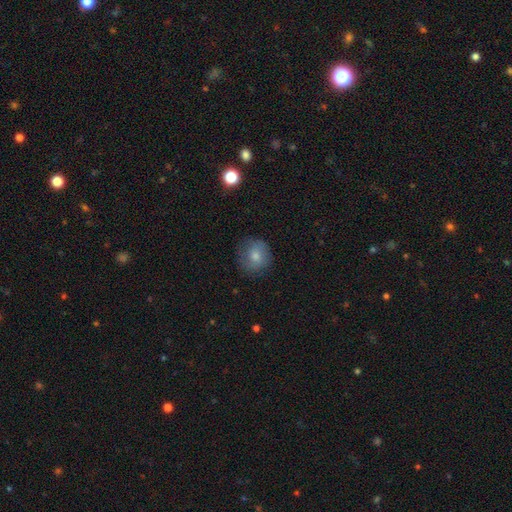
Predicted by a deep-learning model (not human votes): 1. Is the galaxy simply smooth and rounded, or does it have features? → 76% smooth, 15% featured or disk, 9% star or artifact.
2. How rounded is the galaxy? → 88% round, 11% in between, 1% cigar-shaped.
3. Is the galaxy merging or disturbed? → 81% none, 14% minor disturbance, 4% major disturbance, 1% merger.